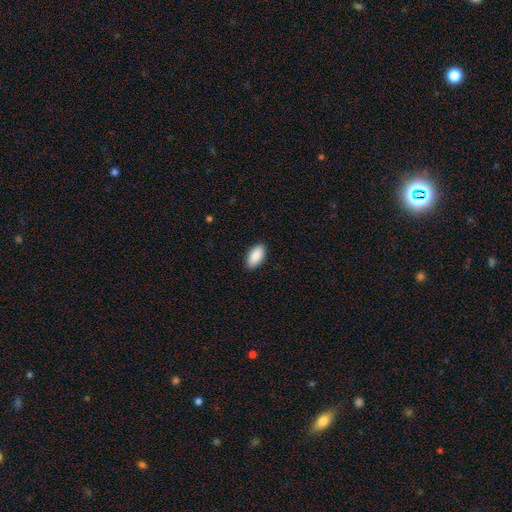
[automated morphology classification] type=smooth (90%); roundness=in between (94%); merging=none (89%).